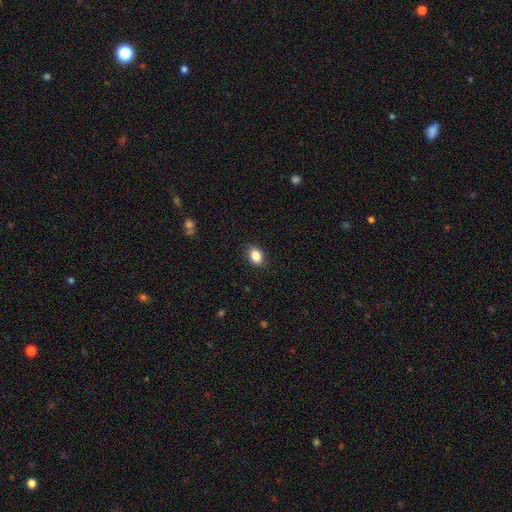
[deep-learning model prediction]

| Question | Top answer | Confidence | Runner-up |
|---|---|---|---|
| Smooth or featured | smooth | 86% | star or artifact (9%) |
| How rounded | in between | 76% | round (22%) |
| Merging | none | 88% | minor disturbance (9%) |